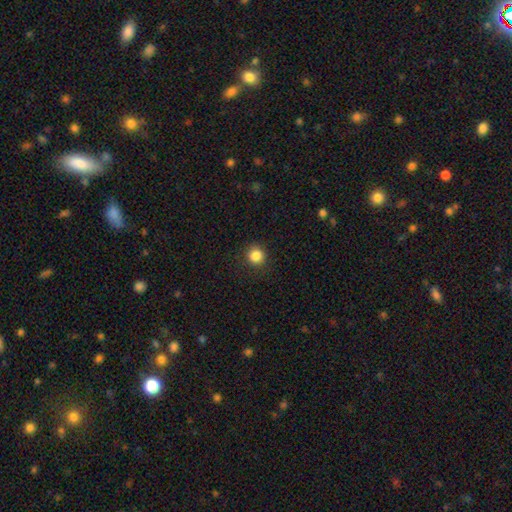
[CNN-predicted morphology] smooth-or-featured: smooth: 86% | star or artifact: 11% | featured or disk: 4%
  how-rounded: round: 93% | in between: 6% | cigar-shaped: 1%
  merging: none: 90% | minor disturbance: 7% | major disturbance: 2% | merger: 1%